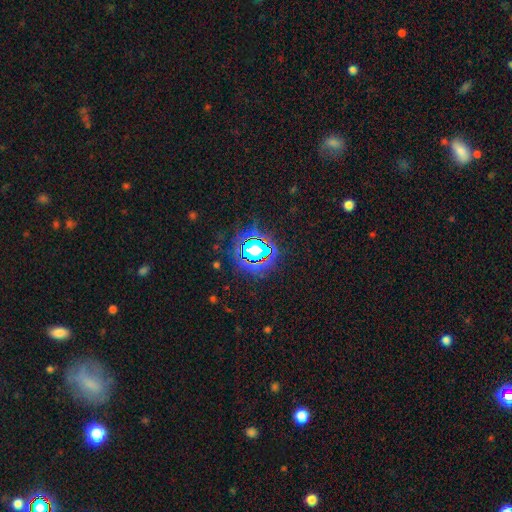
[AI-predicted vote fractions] Smooth or featured?
  - star or artifact: 79% *
  - smooth: 13%
  - featured or disk: 8%